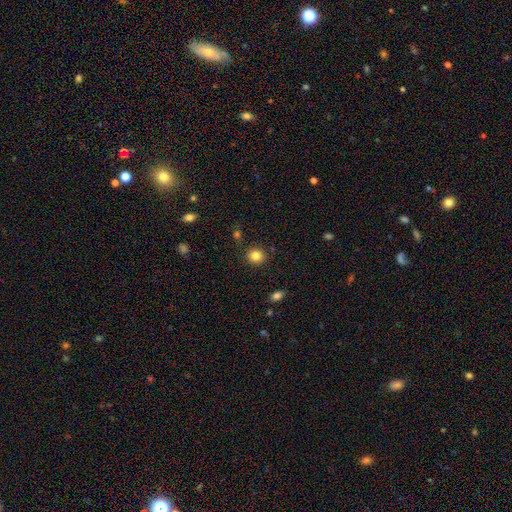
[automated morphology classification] A smooth galaxy with no disk features (83%) that is round (88%).

Vote fractions:
- Smooth or featured? smooth: 83% / star or artifact: 11% / featured or disk: 6%
- How rounded? round: 88% / in between: 12% / cigar-shaped: 1%
- Merging? none: 89% / minor disturbance: 7% / merger: 2% / major disturbance: 2%